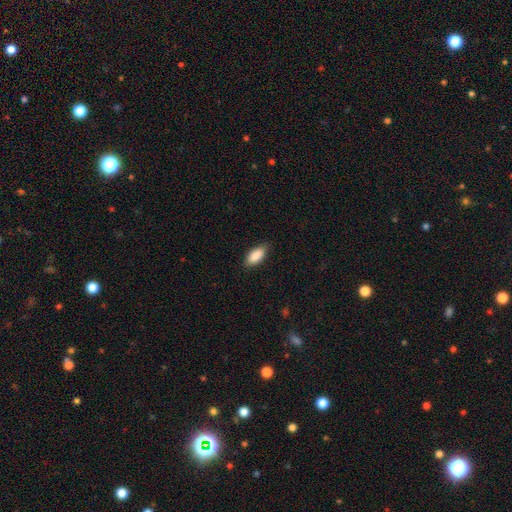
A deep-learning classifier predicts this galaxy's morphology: A smooth galaxy with no disk features (89%) that is in between round and cigar-shaped (87%). Merging: none (85%).